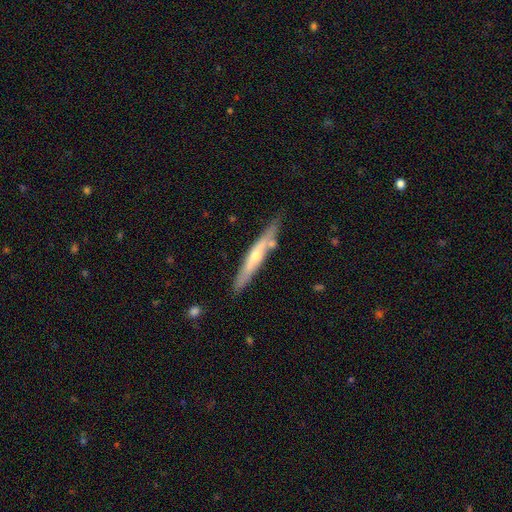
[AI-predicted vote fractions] Smooth or featured? featured or disk (59%)
Edge-on disk? yes (91%)
Edge-on bulge? rounded (74%)
Merging? none (79%)